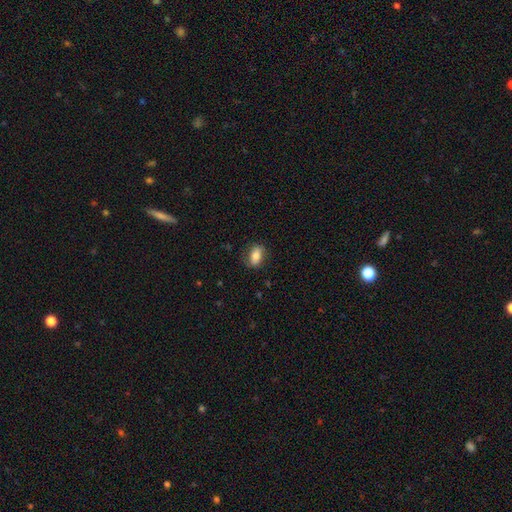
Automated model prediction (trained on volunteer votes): A smooth galaxy with no disk features (81%) that is in between round and cigar-shaped (85%).

Vote fractions:
- Smooth or featured? smooth: 81% / featured or disk: 12% / star or artifact: 7%
- How rounded? in between: 85% / round: 9% / cigar-shaped: 5%
- Merging? none: 79% / minor disturbance: 15% / major disturbance: 4% / merger: 1%